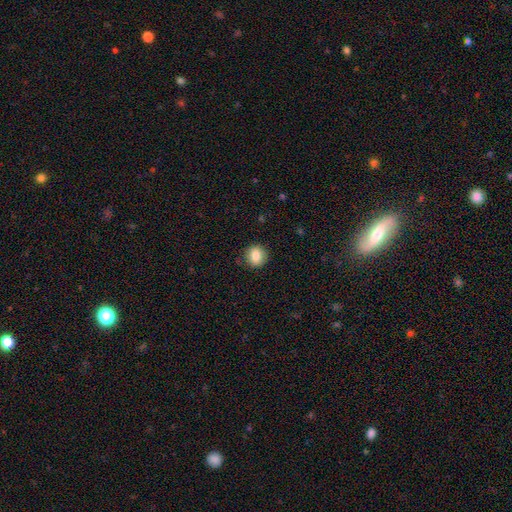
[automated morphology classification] smooth_or_featured: smooth (p=0.83) [alt: star or artifact p=0.09]
how_rounded: round (p=0.81) [alt: in between p=0.18]
merging: none (p=0.88) [alt: minor disturbance p=0.08]